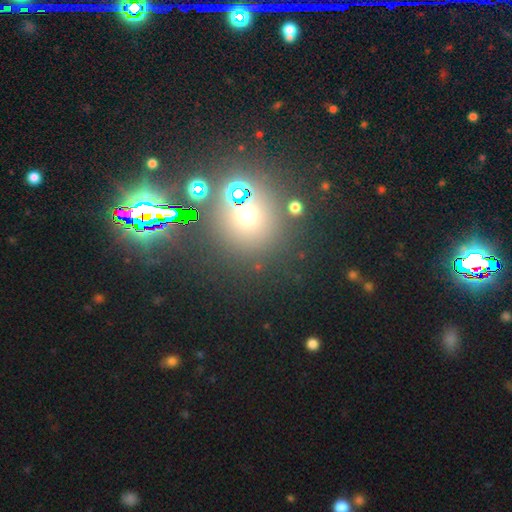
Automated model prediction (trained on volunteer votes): Smooth or featured? star or artifact (48%)